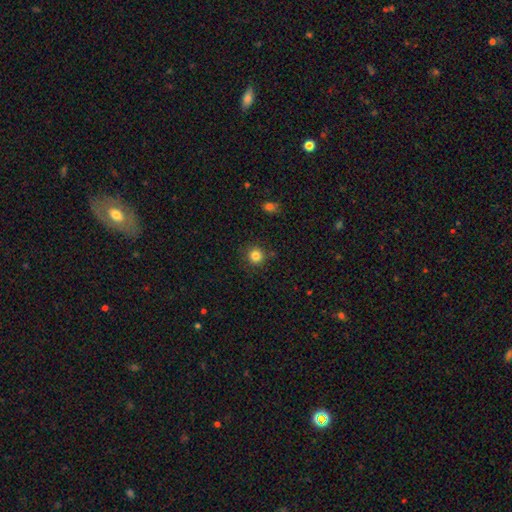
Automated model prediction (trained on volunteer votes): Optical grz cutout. It shows a smooth galaxy with no disk features (83%) that is round (94%). Merging: none (88%).